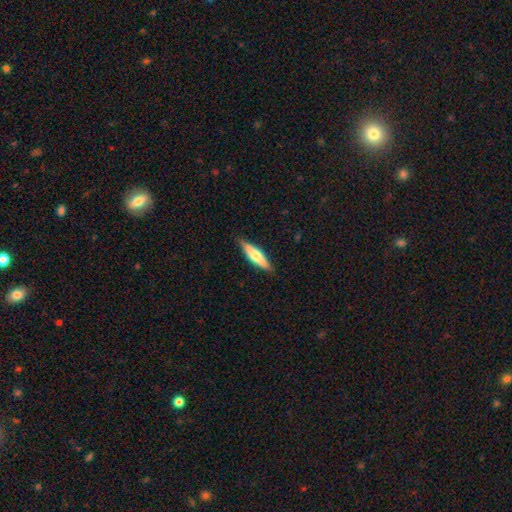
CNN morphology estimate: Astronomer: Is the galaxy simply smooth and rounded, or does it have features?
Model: featured or disk — 48% (runner-up: smooth, 46%).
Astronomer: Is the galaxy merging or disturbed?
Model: none — 87%.